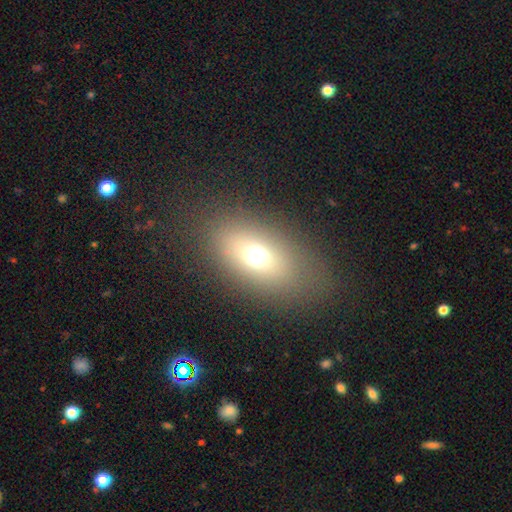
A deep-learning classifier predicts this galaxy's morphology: This is likely a smooth galaxy (66%). How rounded: likely in between (77%). Merging: clearly none (80%).